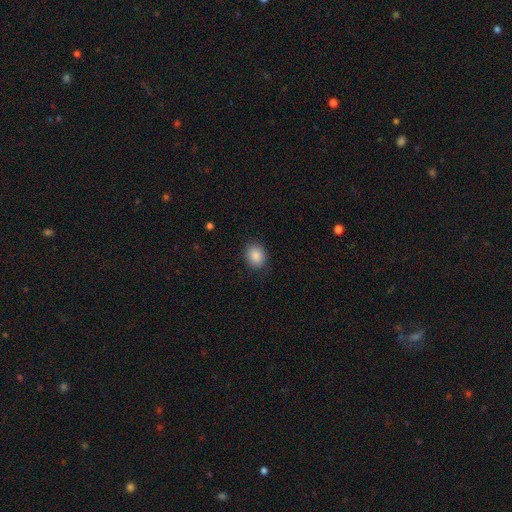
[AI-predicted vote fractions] Smooth or featured? smooth (87%)
How rounded? round (57%)
Merging? none (85%)